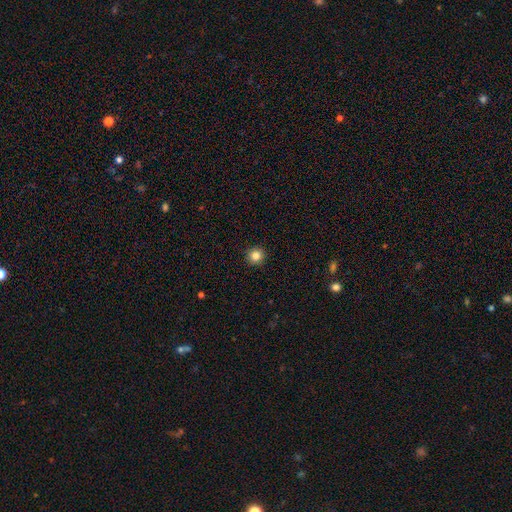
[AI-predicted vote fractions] Smooth or featured: smooth — 84% (star or artifact — 11%)
How rounded: round — 95% (in between — 4%)
Merging: none — 93% (minor disturbance — 4%)